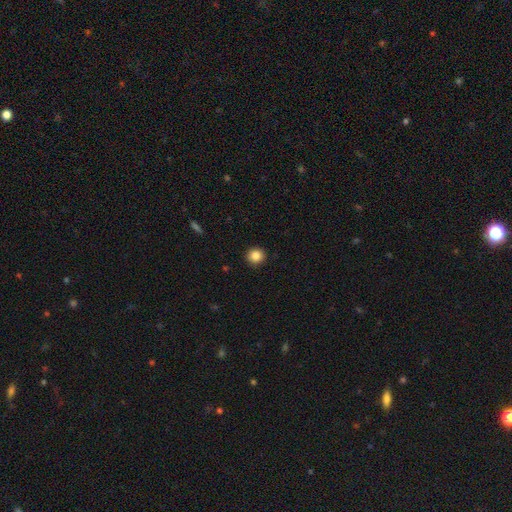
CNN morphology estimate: Smooth or featured?
  - smooth: 86% *
  - star or artifact: 10%
  - featured or disk: 4%
How rounded?
  - round: 91% *
  - in between: 8%
  - cigar-shaped: 1%
Merging?
  - none: 92% *
  - minor disturbance: 5%
  - major disturbance: 2%
  - merger: 1%